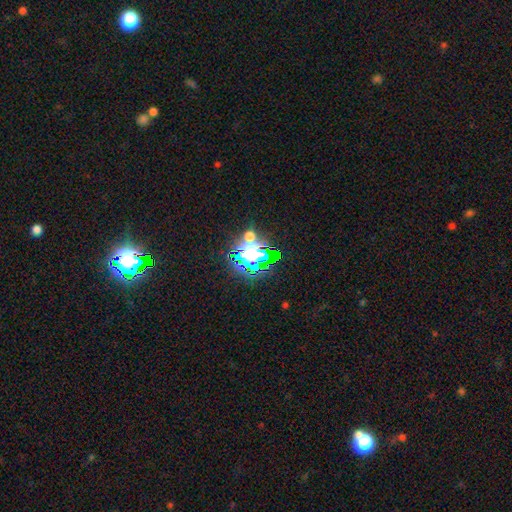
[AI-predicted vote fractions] Smooth or featured?
  - star or artifact: 62% *
  - smooth: 24%
  - featured or disk: 14%